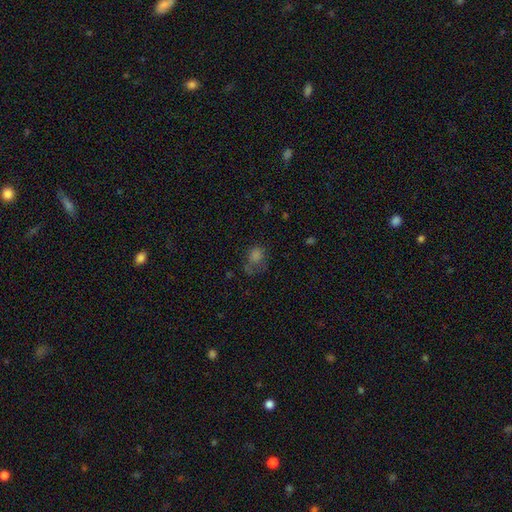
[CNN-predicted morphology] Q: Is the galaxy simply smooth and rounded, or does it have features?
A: smooth — 59%.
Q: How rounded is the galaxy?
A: round — 55%.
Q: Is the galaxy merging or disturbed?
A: none — 45%.